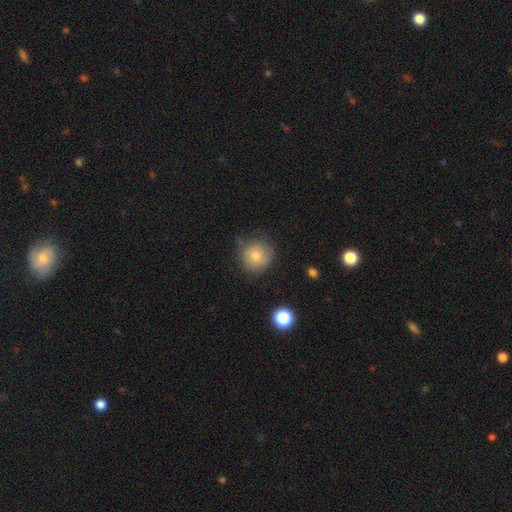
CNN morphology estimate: type=smooth (76%); roundness=round (90%); merging=none (65%).